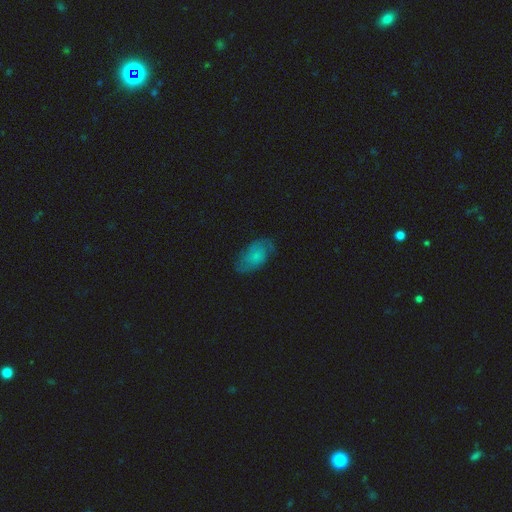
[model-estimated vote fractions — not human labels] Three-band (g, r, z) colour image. It shows a smooth galaxy with no disk features (47%). Merging: none (70%).